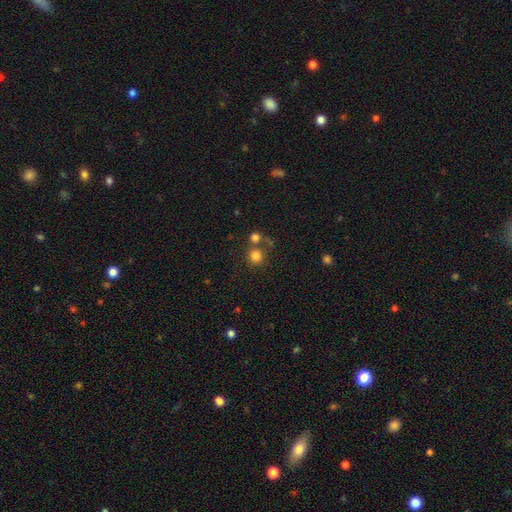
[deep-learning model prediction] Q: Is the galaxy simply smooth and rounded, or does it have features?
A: smooth — 80%.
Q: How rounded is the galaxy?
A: round — 91%.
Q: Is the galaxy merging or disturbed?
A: none — 64%.